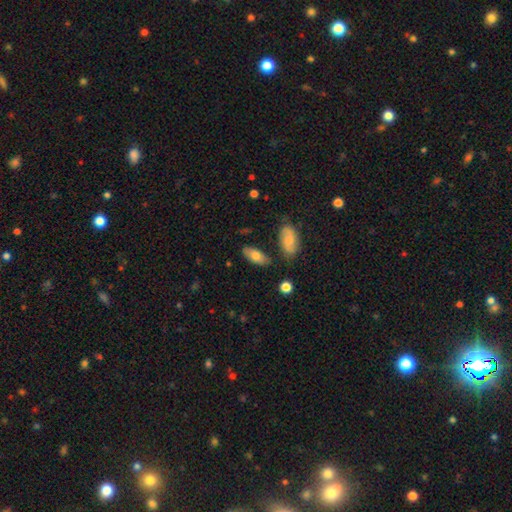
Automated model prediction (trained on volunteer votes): Smooth or featured? smooth (74%)
How rounded? in between (85%)
Merging? none (78%)